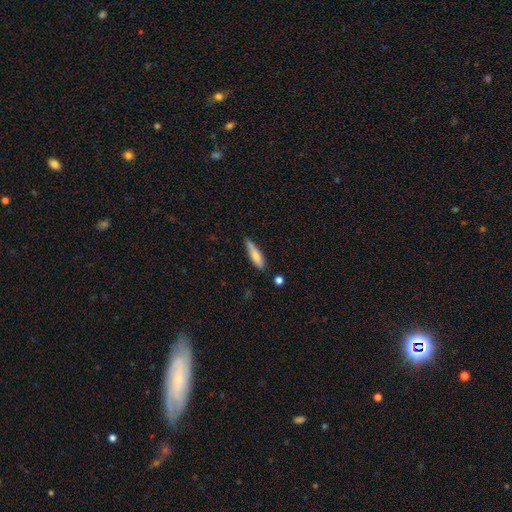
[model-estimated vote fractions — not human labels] Overall: smooth (72%). How rounded: cigar-shaped (71%). Merging: none (71%).